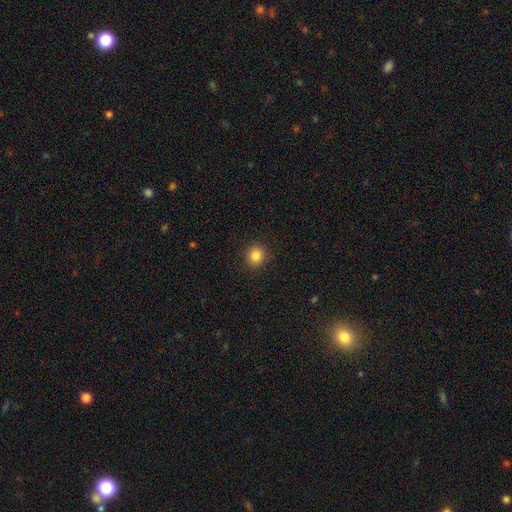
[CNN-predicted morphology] The model was most divided on "smooth or featured": smooth: 83%, star or artifact: 11%, featured or disk: 6%. More confident: merging — none (91%); how rounded — round (87%).